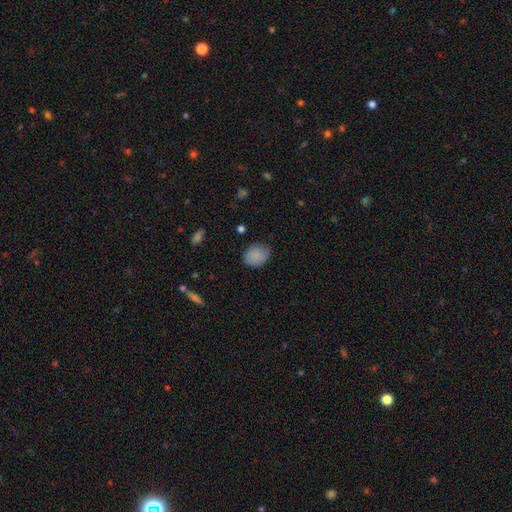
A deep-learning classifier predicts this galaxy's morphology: The model was most divided on "how rounded": round: 53%, in between: 46%, cigar-shaped: 1%. More confident: smooth or featured — smooth (85%); merging — none (73%).